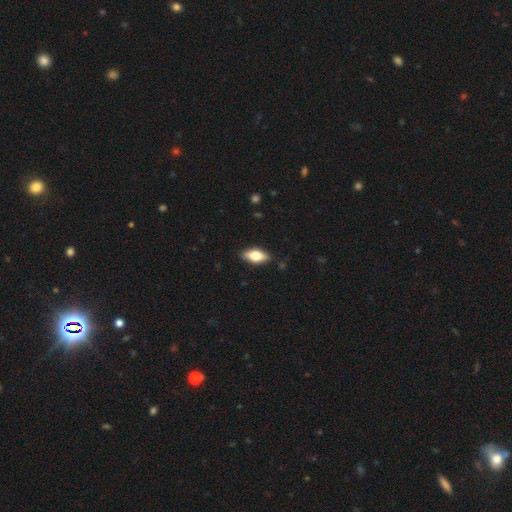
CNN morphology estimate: Overall: smooth (70%). How rounded: in between (85%). Merging: none (86%).